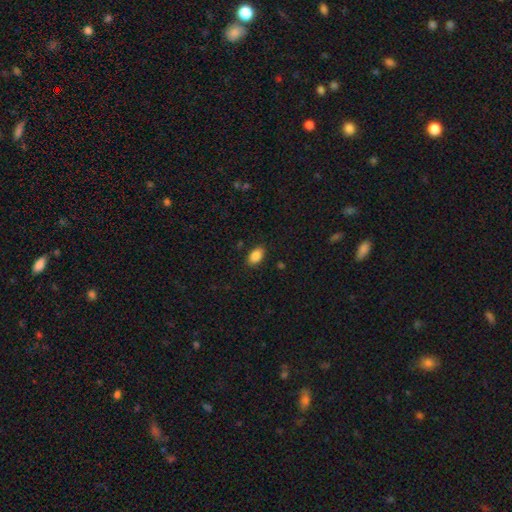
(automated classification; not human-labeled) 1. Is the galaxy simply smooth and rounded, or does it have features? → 86% smooth, 8% star or artifact, 7% featured or disk.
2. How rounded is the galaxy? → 91% in between, 6% round, 2% cigar-shaped.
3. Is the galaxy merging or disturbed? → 88% none, 9% minor disturbance, 2% major disturbance, 1% merger.